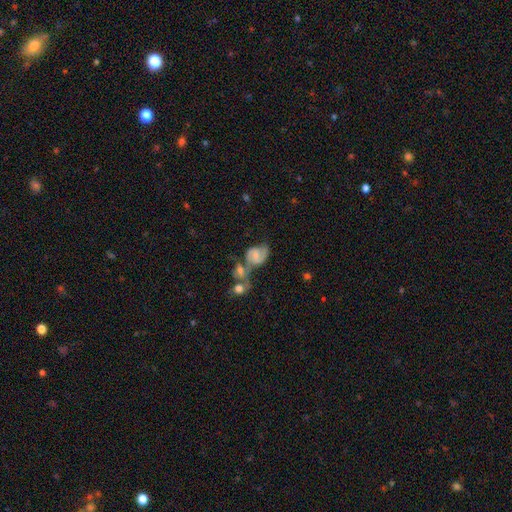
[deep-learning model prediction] Smooth or featured? featured or disk (65%)
Edge-on disk? no (97%)
Bar? no (47%)
Spiral arms? yes (88%)
Spiral winding? medium (48%)
Spiral arm count? 2 (81%)
Bulge size? small (43%)
Merging? merger (47%)